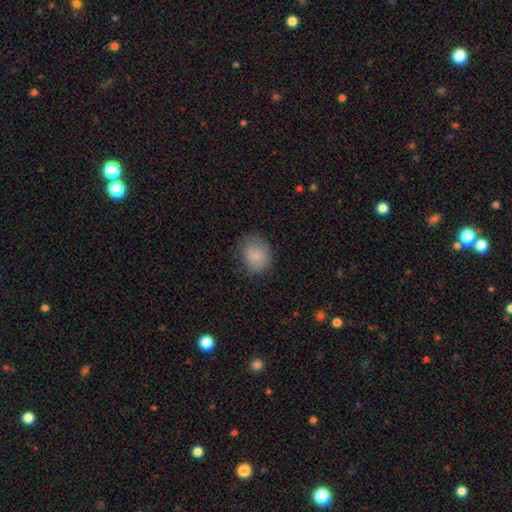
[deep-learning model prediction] Overall: smooth (83%). How rounded: round (61%; in between 38%). Merging: none (70%).